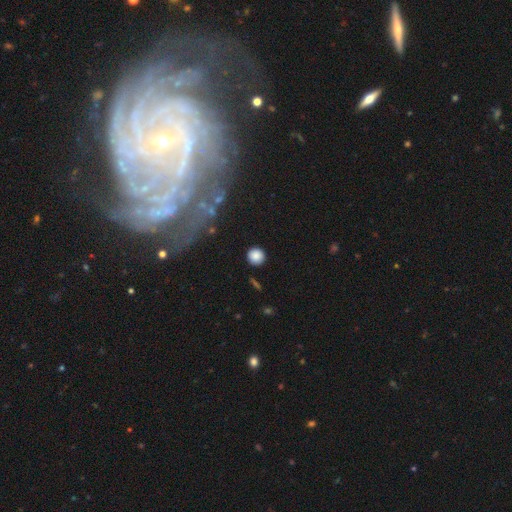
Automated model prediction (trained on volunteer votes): This appears to be a smooth galaxy with no disk features (85%) that is round (93%). Merging: none (88%).